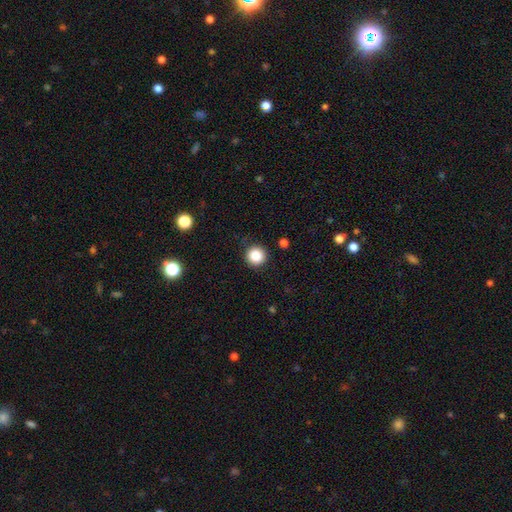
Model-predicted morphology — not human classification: smooth_or_featured: smooth (p=0.86) [alt: star or artifact p=0.10]
how_rounded: round (p=0.95) [alt: in between p=0.04]
merging: none (p=0.89) [alt: minor disturbance p=0.07]